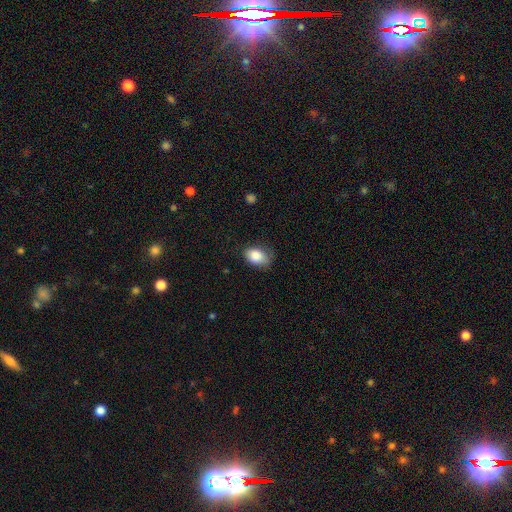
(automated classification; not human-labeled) Smooth or featured? Predicted: smooth (p=0.85). How rounded? Predicted: in between (p=0.84). Merging? Predicted: none (p=0.64).